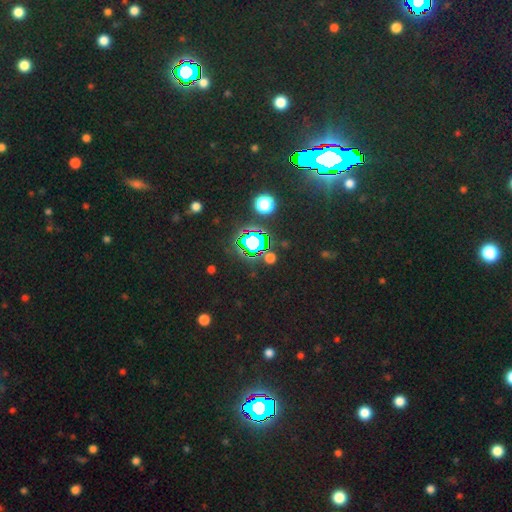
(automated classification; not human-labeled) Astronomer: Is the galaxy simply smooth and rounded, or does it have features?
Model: star or artifact — 83%.